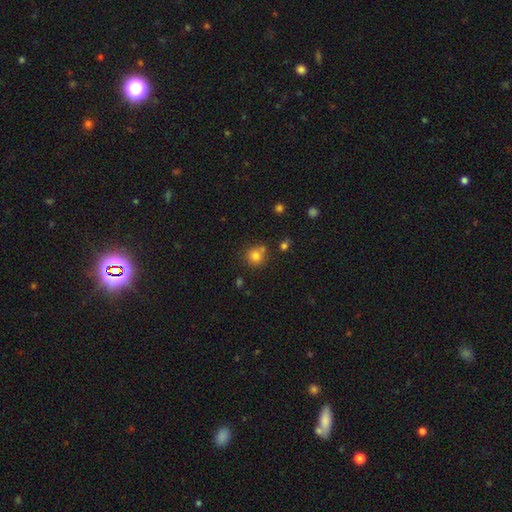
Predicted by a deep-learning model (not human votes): This appears to be a smooth galaxy with no disk features (79%) that is round (88%). Merging: none (66%).